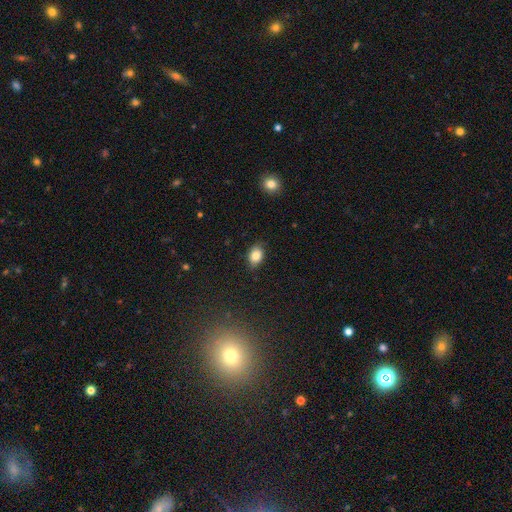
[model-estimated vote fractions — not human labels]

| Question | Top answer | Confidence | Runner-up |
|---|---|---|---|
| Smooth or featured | smooth | 83% | star or artifact (9%) |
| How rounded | in between | 80% | round (19%) |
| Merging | none | 84% | minor disturbance (13%) |